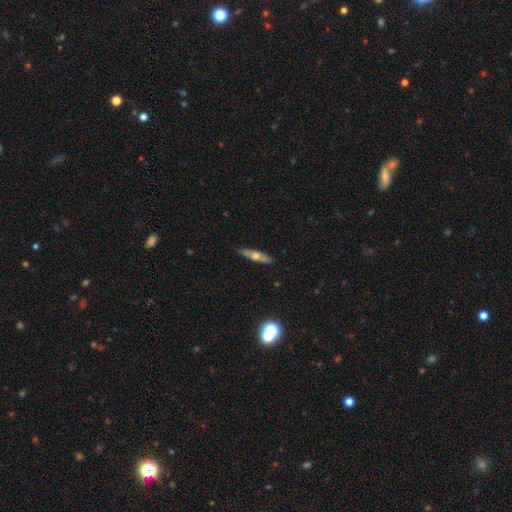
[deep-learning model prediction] Overall: featured or disk (54%; smooth 39%). Edge-on disk: yes (87%). Merging: none (89%).